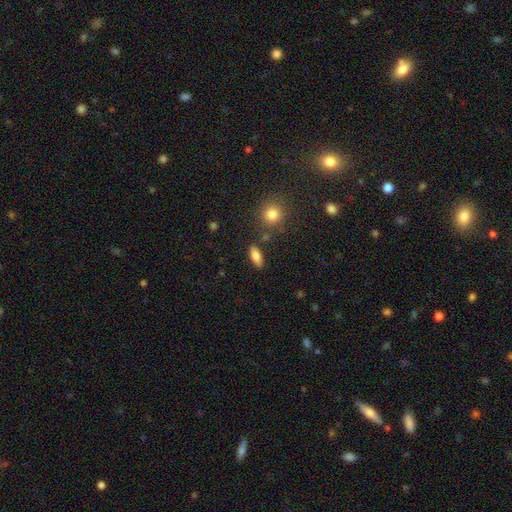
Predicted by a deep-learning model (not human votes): smooth 81%, featured or disk 11%, star or artifact 8%. Down the decision tree: how rounded — in between (78%); merging — none (82%).